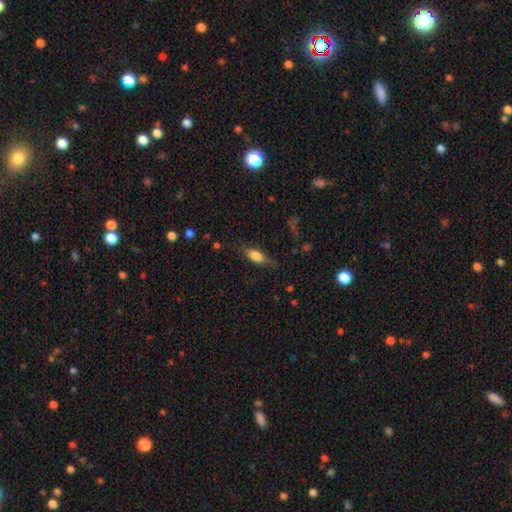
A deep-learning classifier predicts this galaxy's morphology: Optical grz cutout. It shows a smooth galaxy with no disk features (72%) that is in between round and cigar-shaped (72%). Merging: none (73%).